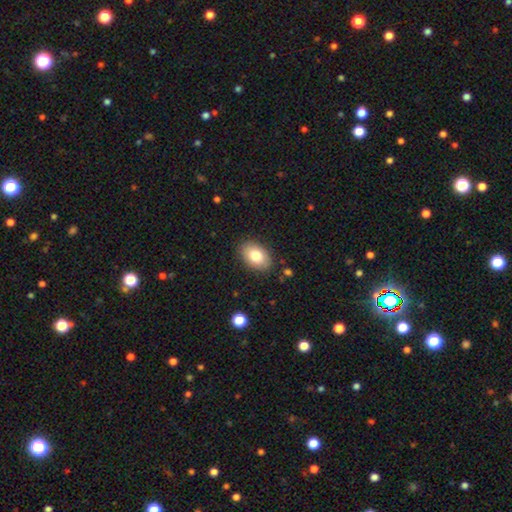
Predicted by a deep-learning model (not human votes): Q: Smooth or featured?
A: smooth (80%); runner-up: featured or disk (12%)
Q: How rounded?
A: in between (85%); runner-up: round (14%)
Q: Merging?
A: none (87%); runner-up: minor disturbance (10%)